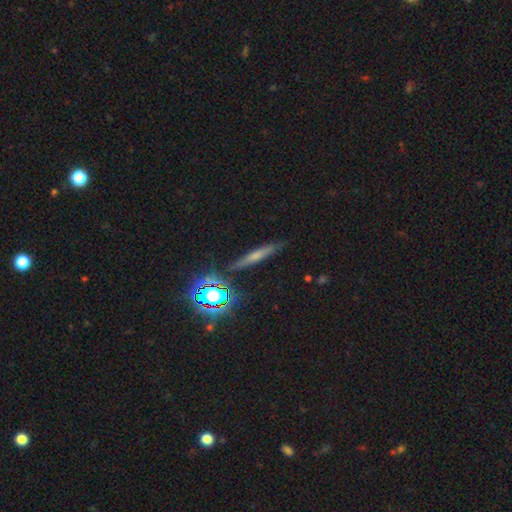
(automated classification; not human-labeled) Smooth or featured?
  - smooth: 39% *
  - featured or disk: 37%
  - star or artifact: 24%
Merging?
  - none: 87% *
  - minor disturbance: 9%
  - merger: 2%
  - major disturbance: 2%